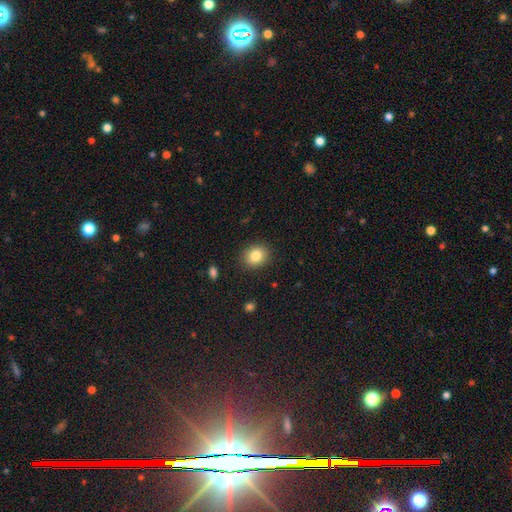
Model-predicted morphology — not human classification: A smooth galaxy with no disk features (83%) that is round (63%). Merging: none (88%).